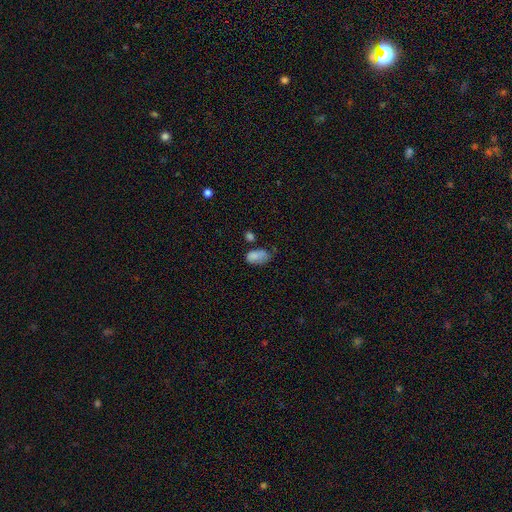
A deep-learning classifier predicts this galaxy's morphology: This is clearly a smooth galaxy (80%). How rounded: clearly in between (92%). Merging: marginally none (42%).